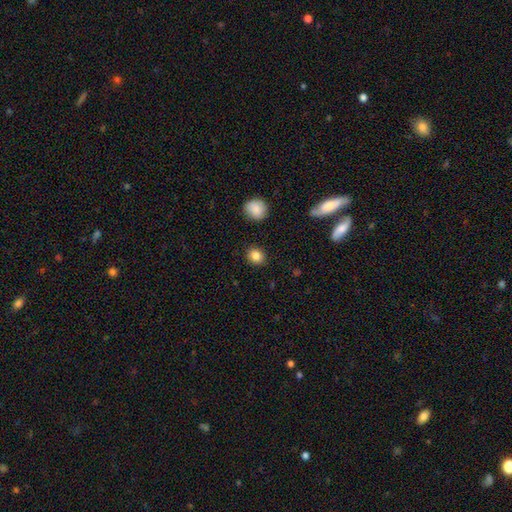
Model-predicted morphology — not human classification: Smooth or featured? smooth (84%)
How rounded? round (73%)
Merging? none (90%)